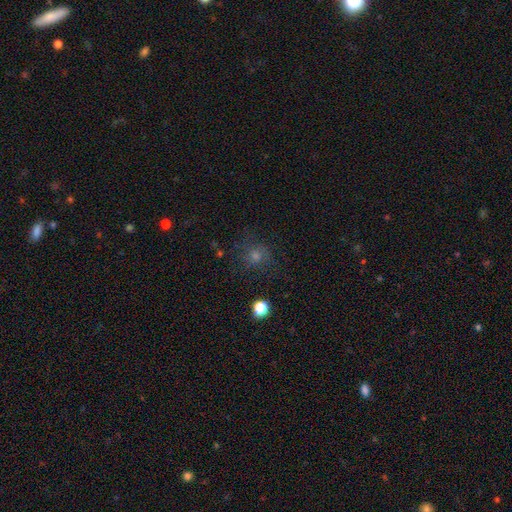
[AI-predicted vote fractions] smooth-or-featured: smooth: 50% | star or artifact: 33% | featured or disk: 17%
  merging: none: 77% | minor disturbance: 14% | major disturbance: 8% | merger: 2%